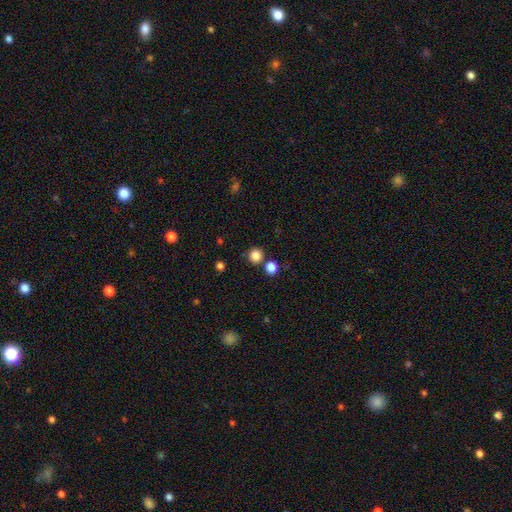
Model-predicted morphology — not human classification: Smooth or featured? smooth (84%)
How rounded? round (93%)
Merging? none (81%)